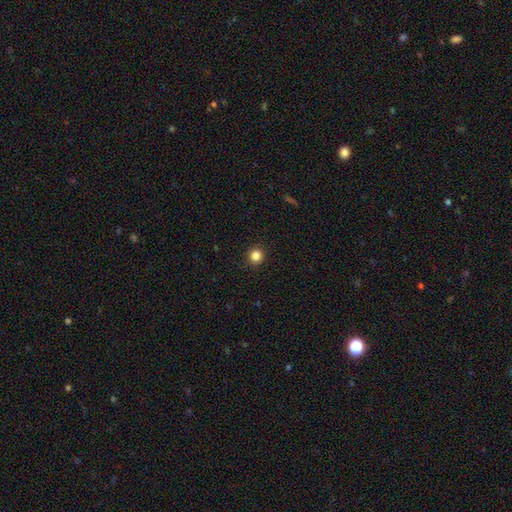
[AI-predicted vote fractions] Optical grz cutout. It shows a smooth galaxy with no disk features (84%) that is round (92%). Merging: none (92%).